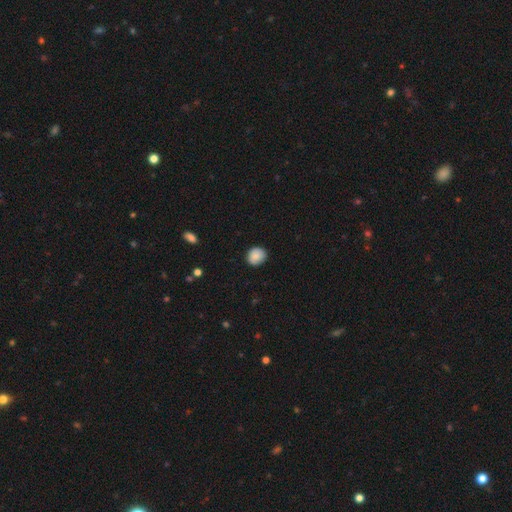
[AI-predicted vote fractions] A smooth galaxy with no disk features (86%) that is round (77%).

Vote fractions:
- Smooth or featured? smooth: 86% / star or artifact: 8% / featured or disk: 6%
- How rounded? round: 77% / in between: 22% / cigar-shaped: 1%
- Merging? none: 86% / minor disturbance: 11% / major disturbance: 2% / merger: 1%